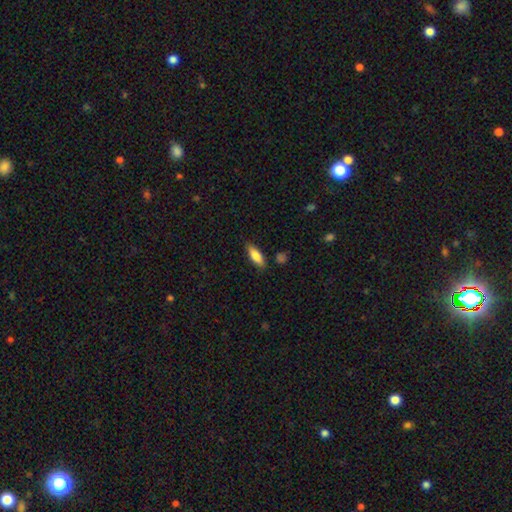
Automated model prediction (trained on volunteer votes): Smooth or featured? smooth (82%)
How rounded? in between (62%)
Merging? none (85%)